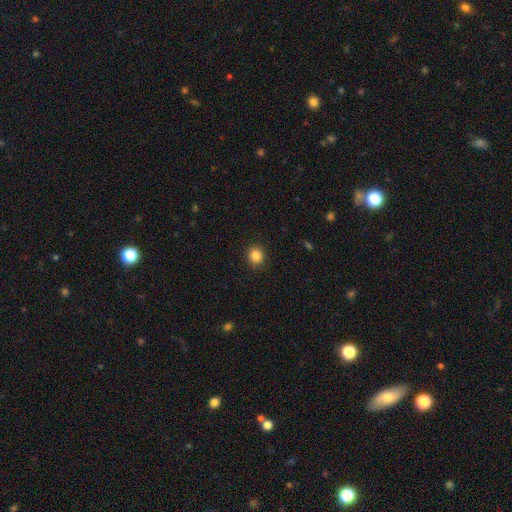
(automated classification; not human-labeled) This is clearly a smooth galaxy (86%). How rounded: clearly round (83%). Merging: clearly none (90%).